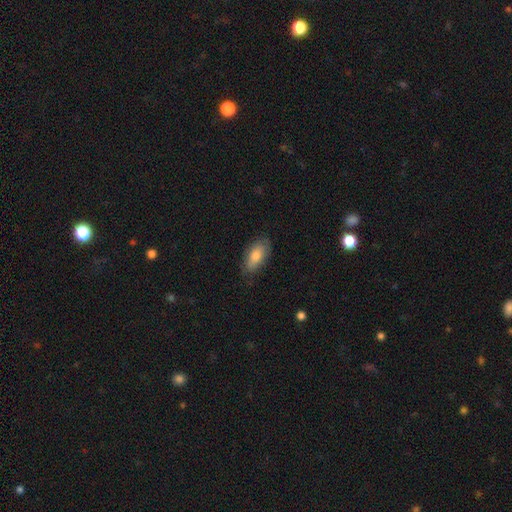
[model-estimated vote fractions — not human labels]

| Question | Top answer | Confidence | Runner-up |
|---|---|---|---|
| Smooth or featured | smooth | 77% | featured or disk (16%) |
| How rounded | in between | 88% | cigar-shaped (9%) |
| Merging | none | 81% | minor disturbance (15%) |